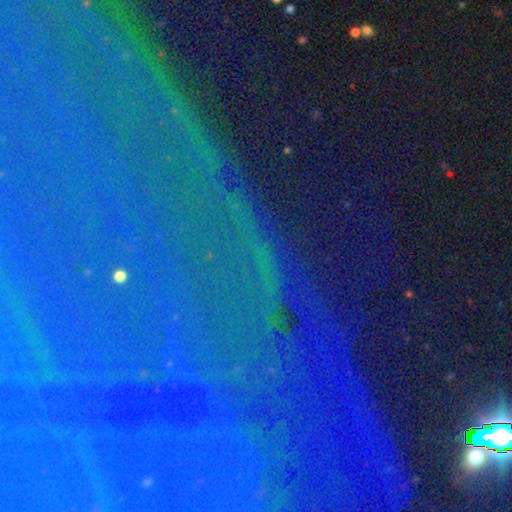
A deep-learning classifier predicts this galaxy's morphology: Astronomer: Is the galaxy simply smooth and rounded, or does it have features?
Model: star or artifact — 86%.